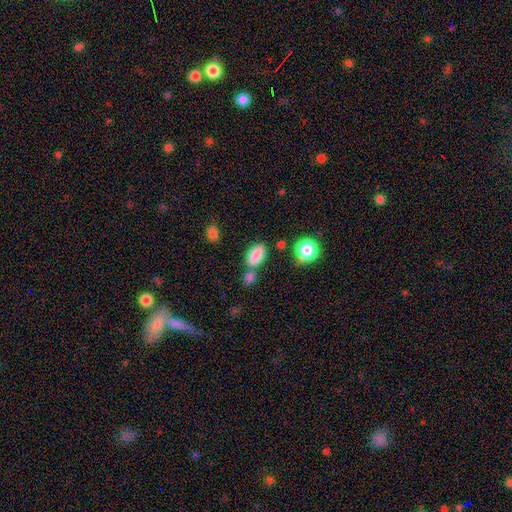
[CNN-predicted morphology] Smooth or featured? smooth (83%)
How rounded? in between (86%)
Merging? none (58%)